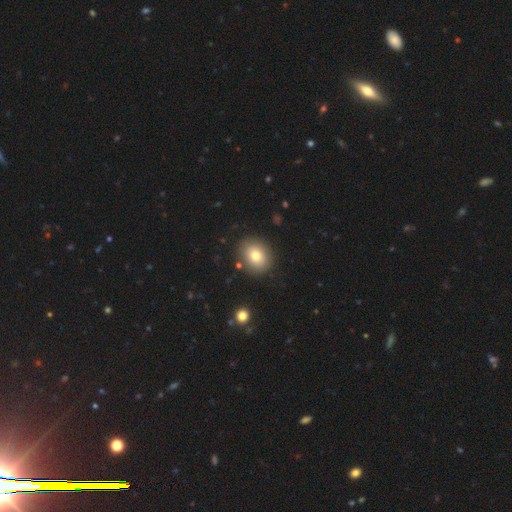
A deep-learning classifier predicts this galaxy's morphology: Smooth or featured? Predicted: smooth (p=0.77). How rounded? Predicted: round (p=0.58). Merging? Predicted: none (p=0.86).